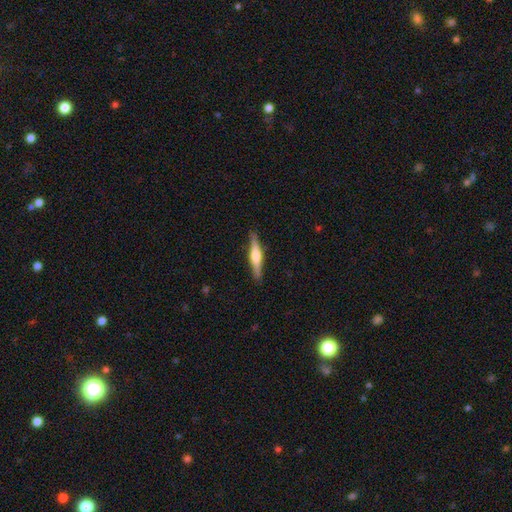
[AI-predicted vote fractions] This is likely a featured or disk galaxy (65%). It is clearly viewed edge-on (97%). Edge-on bulge: likely rounded (79%). Merging: clearly none (89%).